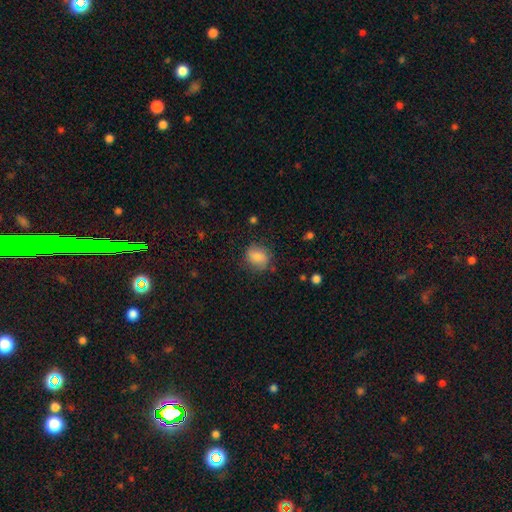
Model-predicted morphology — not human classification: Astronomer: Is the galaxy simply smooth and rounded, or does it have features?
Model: smooth — 79%.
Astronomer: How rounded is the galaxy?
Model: round — 64%.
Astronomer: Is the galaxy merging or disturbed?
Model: none — 77%.